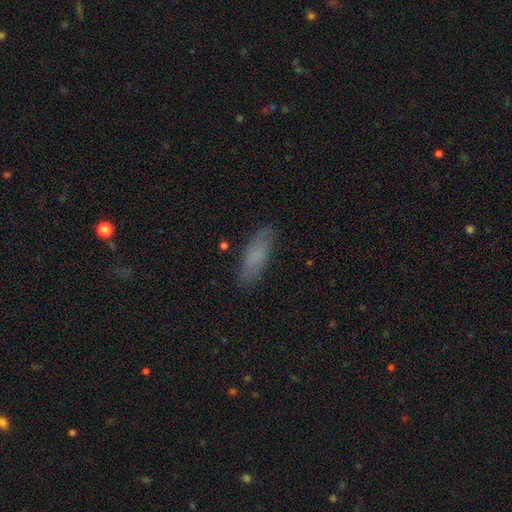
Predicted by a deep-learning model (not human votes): Q: Smooth or featured?
A: smooth (76%); runner-up: featured or disk (15%)
Q: How rounded?
A: in between (54%); runner-up: cigar-shaped (44%)
Q: Merging?
A: none (82%); runner-up: minor disturbance (13%)